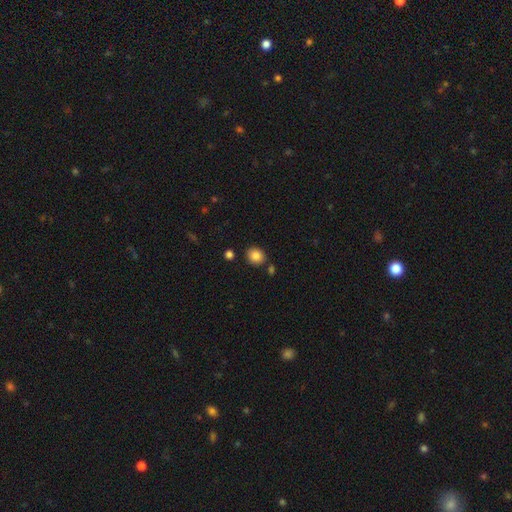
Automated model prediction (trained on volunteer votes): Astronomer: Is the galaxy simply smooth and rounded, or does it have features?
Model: smooth — 85%.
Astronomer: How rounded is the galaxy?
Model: round — 76%.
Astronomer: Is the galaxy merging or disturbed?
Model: none — 82%.